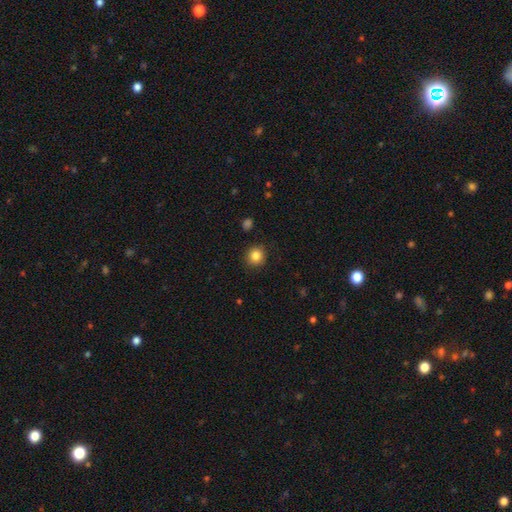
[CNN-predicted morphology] smooth 85%, star or artifact 10%, featured or disk 5%. Down the decision tree: how rounded — round (88%); merging — none (89%).